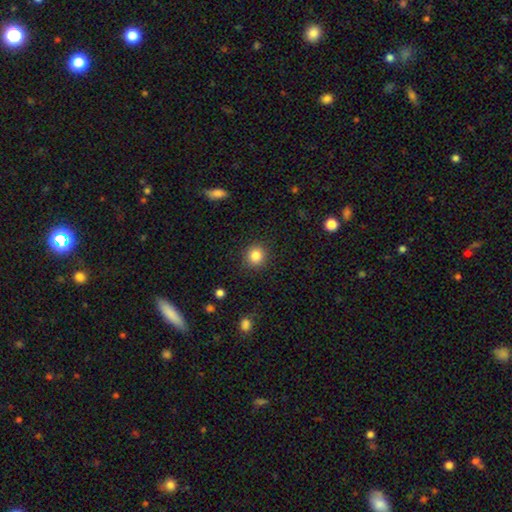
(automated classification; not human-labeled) smooth 84%, star or artifact 11%, featured or disk 5%. Down the decision tree: how rounded — round (89%); merging — none (90%).